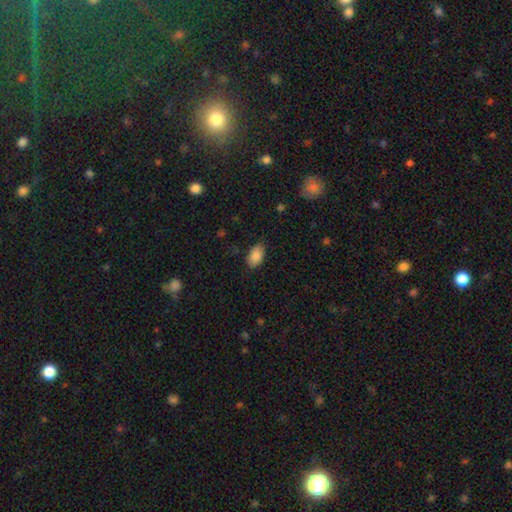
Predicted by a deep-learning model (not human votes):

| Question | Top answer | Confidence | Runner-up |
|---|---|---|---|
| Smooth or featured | smooth | 85% | featured or disk (8%) |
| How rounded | in between | 92% | round (7%) |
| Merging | none | 81% | minor disturbance (15%) |